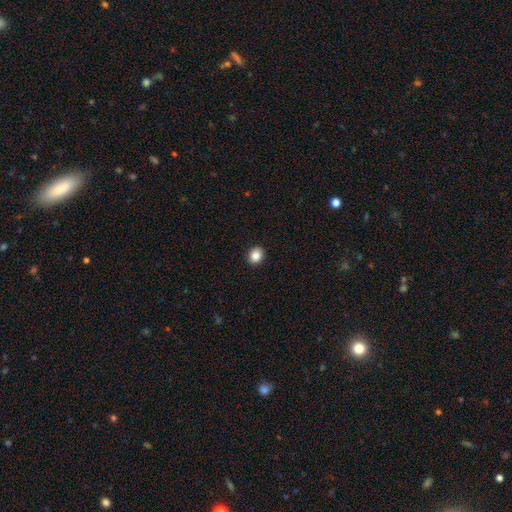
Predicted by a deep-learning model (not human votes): A smooth galaxy with no disk features (87%) that is round (61%). Merging: none (92%).